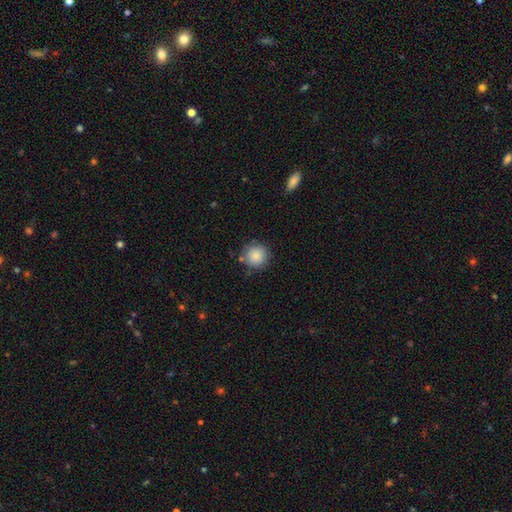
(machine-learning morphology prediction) Smooth or featured? smooth (86%)
How rounded? round (94%)
Merging? none (83%)